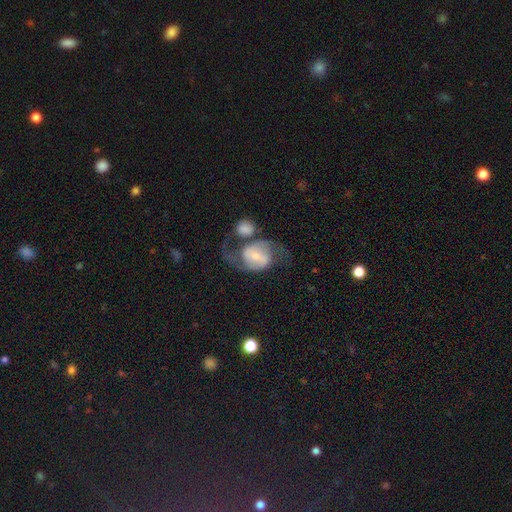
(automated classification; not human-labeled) Q: Smooth or featured?
A: featured or disk (74%); runner-up: smooth (19%)
Q: Edge-on disk?
A: no (97%); runner-up: yes (3%)
Q: Bar?
A: weak (42%); runner-up: no (30%)
Q: Spiral arms?
A: yes (90%); runner-up: no (10%)
Q: Spiral winding?
A: medium (46%); runner-up: loose (42%)
Q: Spiral arm count?
A: 2 (89%); runner-up: can't tell (5%)
Q: Bulge size?
A: small (53%); runner-up: moderate (36%)
Q: Merging?
A: none (43%); runner-up: merger (23%)